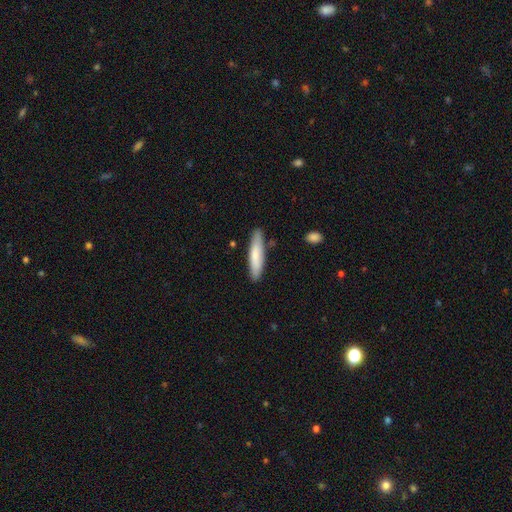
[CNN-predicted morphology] Overall: smooth (75%). How rounded: cigar-shaped (80%). Merging: none (84%).